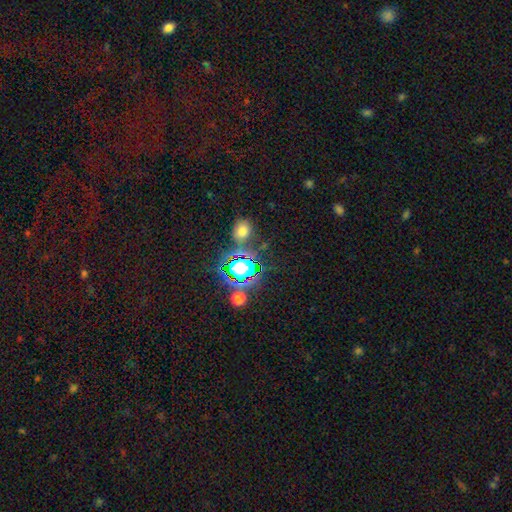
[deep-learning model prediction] This appears to be a star or artifact, not a galaxy (76%).